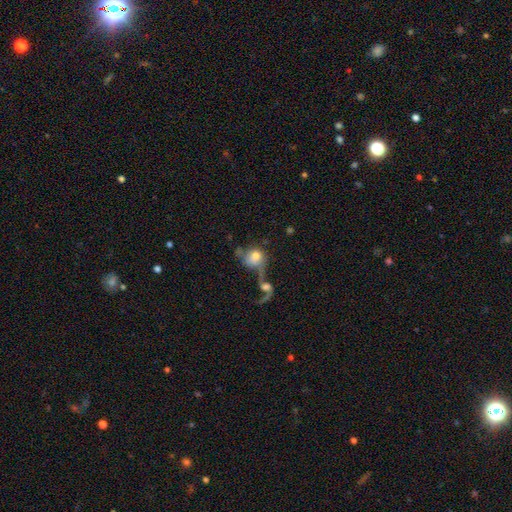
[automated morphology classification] A smooth galaxy with no disk features (63%) that is round (64%).

Vote fractions:
- Smooth or featured? smooth: 63% / featured or disk: 27% / star or artifact: 10%
- How rounded? round: 64% / in between: 34% / cigar-shaped: 2%
- Merging? merger: 49% / none: 22% / major disturbance: 18% / minor disturbance: 10%